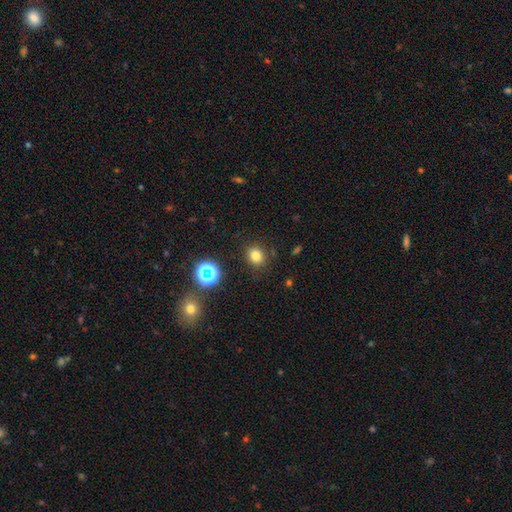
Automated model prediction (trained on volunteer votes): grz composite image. It shows a smooth galaxy with no disk features (77%) that is round (70%). Merging: none (86%).